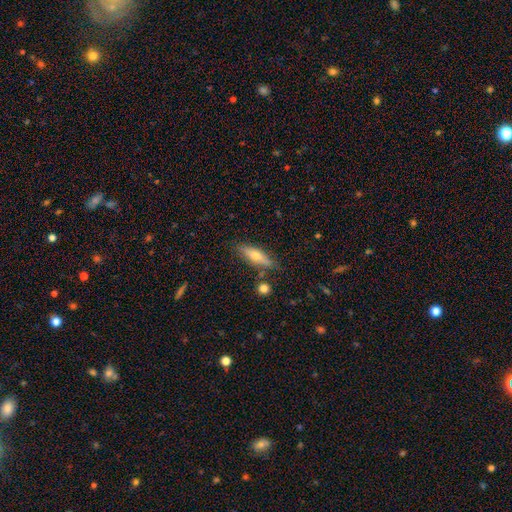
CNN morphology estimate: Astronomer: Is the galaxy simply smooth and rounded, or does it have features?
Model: smooth — 54% (runner-up: featured or disk, 39%).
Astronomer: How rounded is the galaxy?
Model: cigar-shaped — 56% (runner-up: in between, 41%).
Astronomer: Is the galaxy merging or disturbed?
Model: none — 77%.